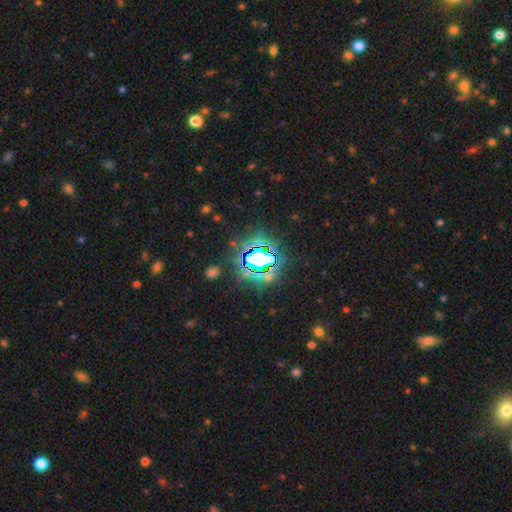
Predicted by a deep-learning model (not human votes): Smooth or featured: star or artifact — 73% (smooth — 16%)